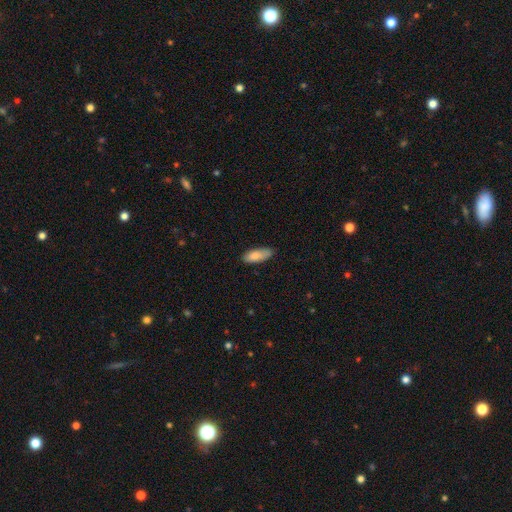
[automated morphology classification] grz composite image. It shows a smooth galaxy with no disk features (83%) that is in between round and cigar-shaped (71%). Merging: none (71%).